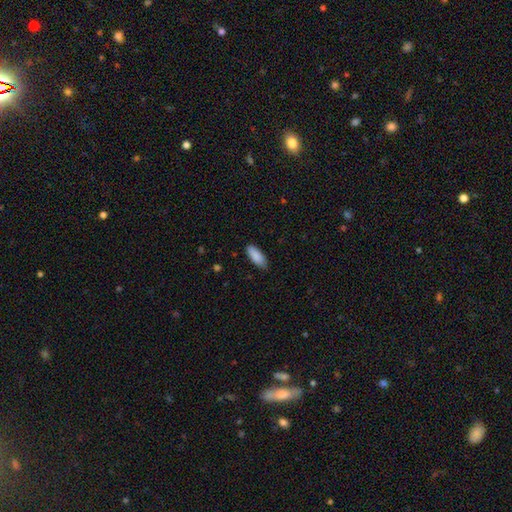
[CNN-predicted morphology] Smooth or featured: smooth — 89% (star or artifact — 6%)
How rounded: in between — 79% (cigar-shaped — 20%)
Merging: none — 83% (minor disturbance — 14%)